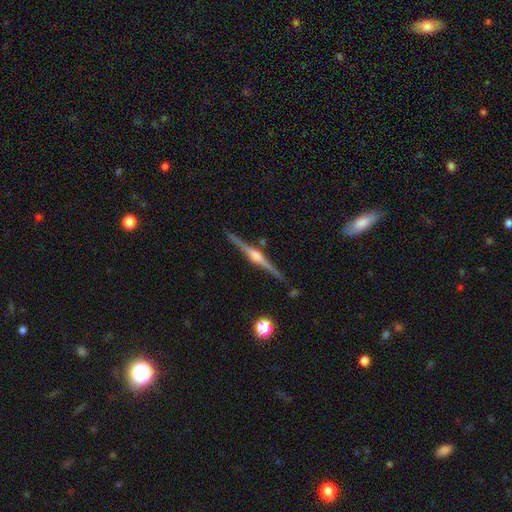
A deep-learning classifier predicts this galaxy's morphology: Smooth or featured? Predicted: featured or disk (p=0.87). Edge-on disk? Predicted: yes (p=0.99). Edge-on bulge? Predicted: rounded (p=0.90). Merging? Predicted: none (p=0.89).